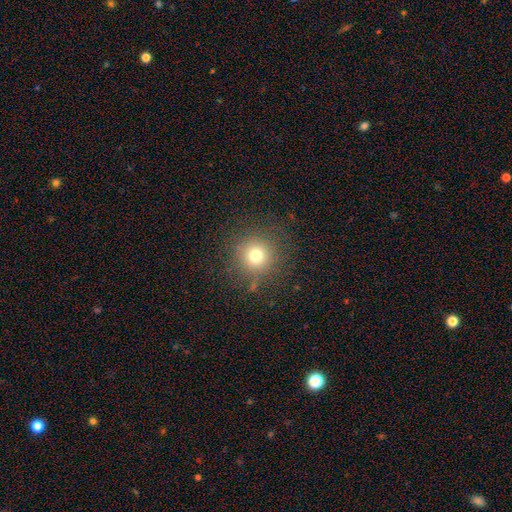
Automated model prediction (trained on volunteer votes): The model was most divided on "smooth or featured": smooth: 74%, star or artifact: 16%, featured or disk: 10%. More confident: how rounded — round (94%); merging — none (85%).